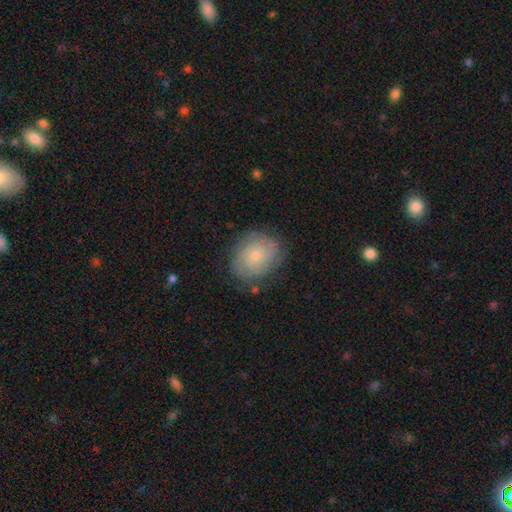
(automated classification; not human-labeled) A featured or disk galaxy (49%).

Vote fractions:
- Smooth or featured? featured or disk: 49% / smooth: 43% / star or artifact: 8%
- Merging? none: 74% / minor disturbance: 18% / major disturbance: 6% / merger: 2%